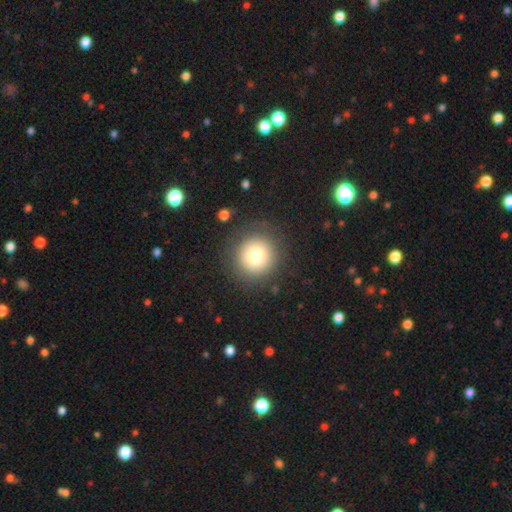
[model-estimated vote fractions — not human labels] Smooth or featured? smooth (76%)
How rounded? round (95%)
Merging? none (87%)